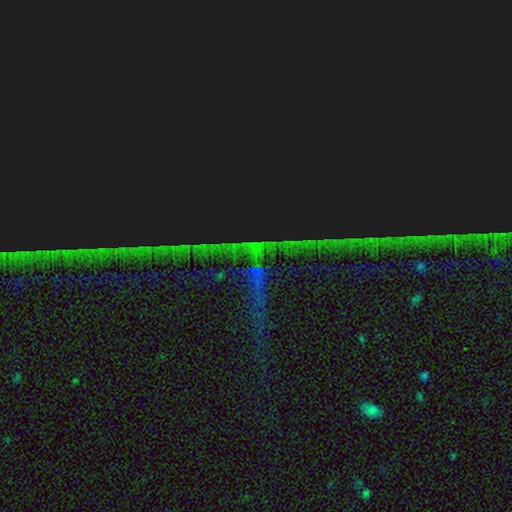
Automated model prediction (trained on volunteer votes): Q: Smooth or featured?
A: star or artifact (85%); runner-up: featured or disk (8%)